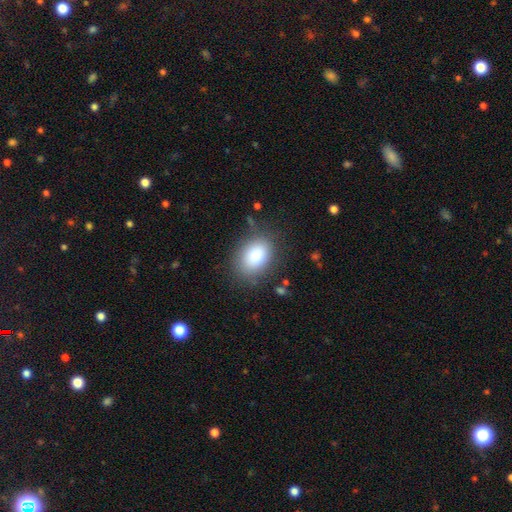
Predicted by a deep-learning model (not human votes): smooth-or-featured: smooth: 81% | featured or disk: 10% | star or artifact: 9%
  how-rounded: in between: 72% | round: 27% | cigar-shaped: 1%
  merging: none: 81% | minor disturbance: 13% | major disturbance: 5% | merger: 2%